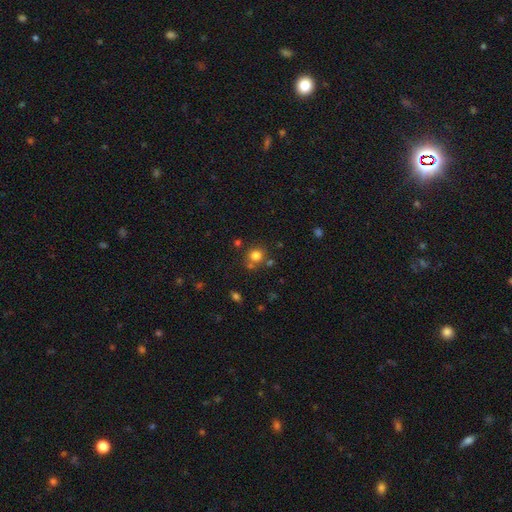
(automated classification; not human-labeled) Q: Smooth or featured?
A: smooth (78%); runner-up: star or artifact (15%)
Q: How rounded?
A: round (84%); runner-up: in between (15%)
Q: Merging?
A: none (69%); runner-up: merger (16%)